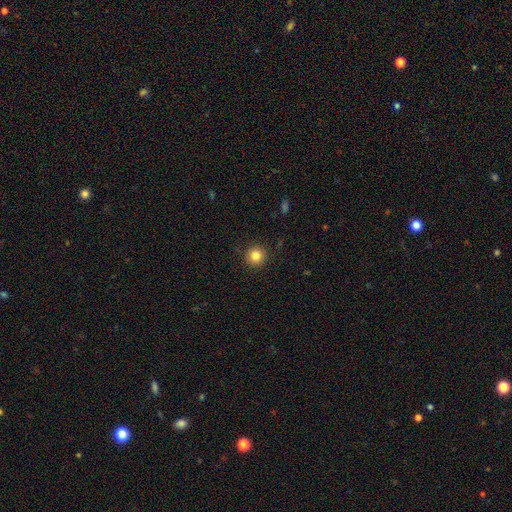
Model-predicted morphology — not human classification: This is clearly a smooth galaxy (83%). How rounded: clearly round (95%). Merging: clearly none (92%).